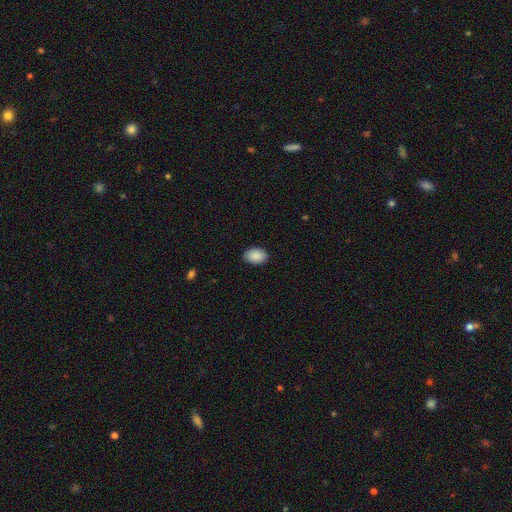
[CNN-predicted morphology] smooth-or-featured: smooth: 90% | star or artifact: 7% | featured or disk: 3%
  how-rounded: in between: 89% | round: 10% | cigar-shaped: 1%
  merging: none: 88% | minor disturbance: 9% | major disturbance: 2% | merger: 1%